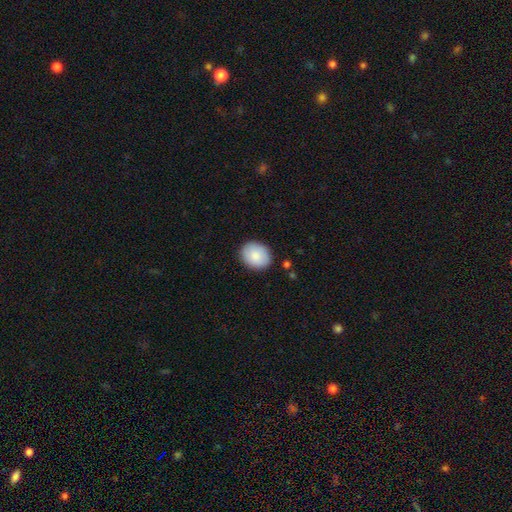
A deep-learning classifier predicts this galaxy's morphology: Smooth or featured? Predicted: smooth (p=0.87). How rounded? Predicted: round (p=0.52). Merging? Predicted: none (p=0.87).